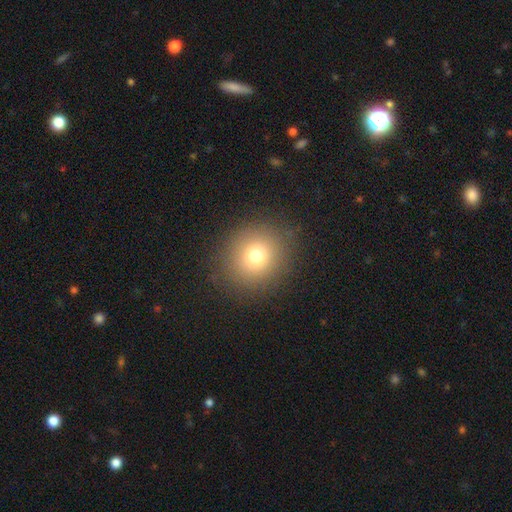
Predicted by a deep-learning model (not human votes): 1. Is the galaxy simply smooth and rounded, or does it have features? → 75% smooth, 15% star or artifact, 10% featured or disk.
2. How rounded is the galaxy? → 83% round, 16% in between, 1% cigar-shaped.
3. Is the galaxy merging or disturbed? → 88% none, 8% minor disturbance, 3% major disturbance, 1% merger.